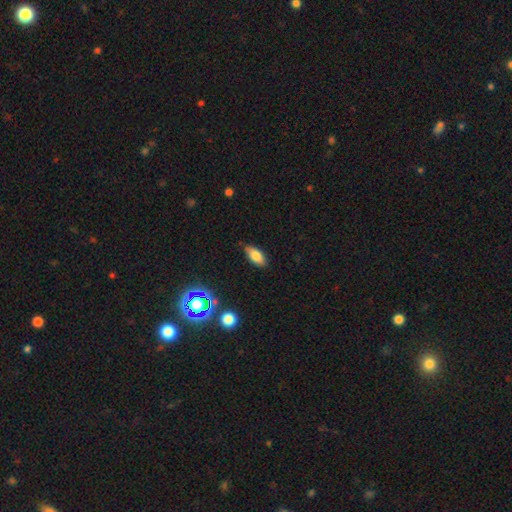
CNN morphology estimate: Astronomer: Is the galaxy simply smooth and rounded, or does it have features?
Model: smooth — 78%.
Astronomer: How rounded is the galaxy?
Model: in between — 86%.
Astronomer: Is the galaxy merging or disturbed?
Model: none — 82%.